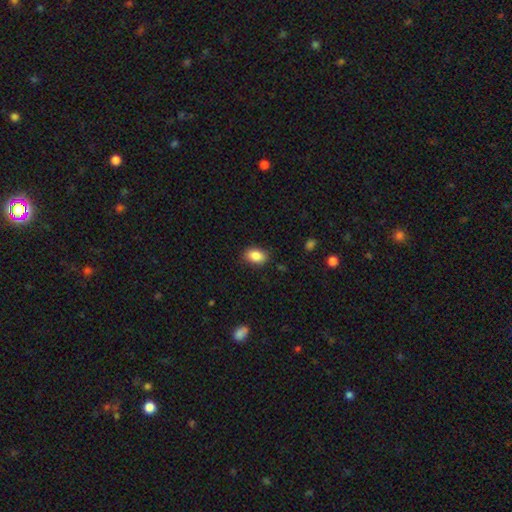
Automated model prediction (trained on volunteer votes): Smooth or featured? smooth (87%)
How rounded? in between (85%)
Merging? none (85%)